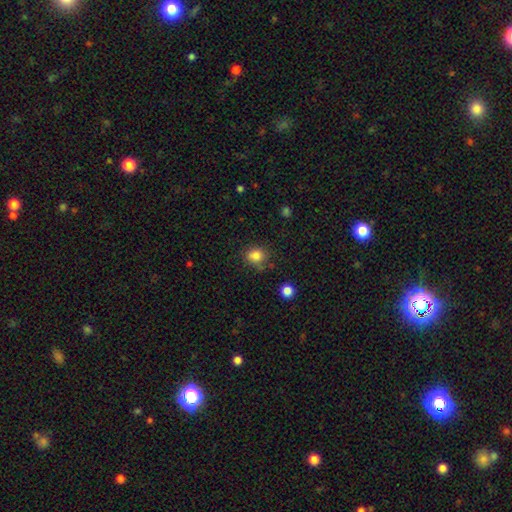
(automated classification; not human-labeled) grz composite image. It shows a smooth galaxy with no disk features (83%) that is round (68%). Merging: none (72%).